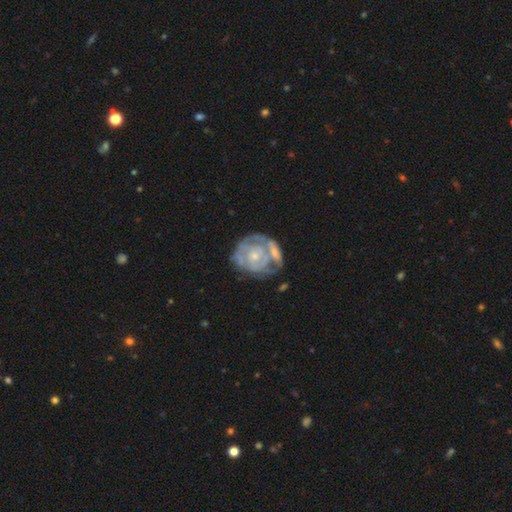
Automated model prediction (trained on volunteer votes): featured or disk 74%, smooth 20%, star or artifact 6%. Down the decision tree: edge-on disk — no (97%); bar — no (83%); spiral arms — yes (61%); bulge size — small (63%); merging — none (42%).